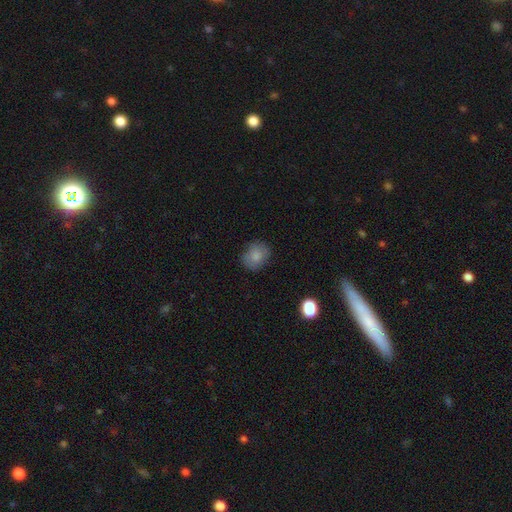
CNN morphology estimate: Smooth or featured?
  - smooth: 81% *
  - featured or disk: 10%
  - star or artifact: 9%
How rounded?
  - round: 61% *
  - in between: 38%
  - cigar-shaped: 1%
Merging?
  - none: 78% *
  - minor disturbance: 17%
  - major disturbance: 4%
  - merger: 1%